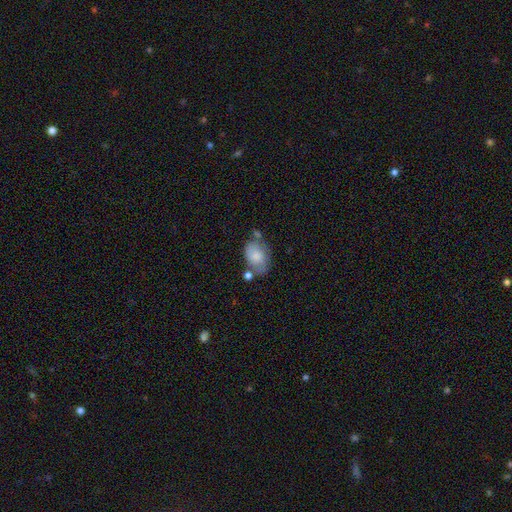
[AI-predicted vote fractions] smooth_or_featured: smooth (p=0.72) [alt: featured or disk p=0.21]
how_rounded: in between (p=0.79) [alt: round p=0.20]
merging: none (p=0.44) [alt: minor disturbance p=0.27]